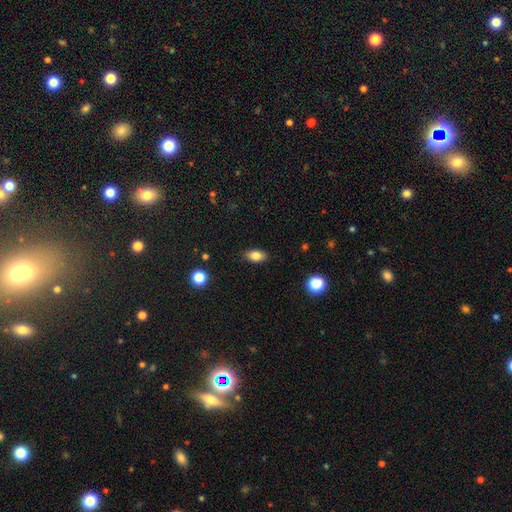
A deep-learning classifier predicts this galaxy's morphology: The model was most divided on "smooth or featured": smooth: 83%, star or artifact: 9%, featured or disk: 9%. More confident: how rounded — in between (88%); merging — none (87%).